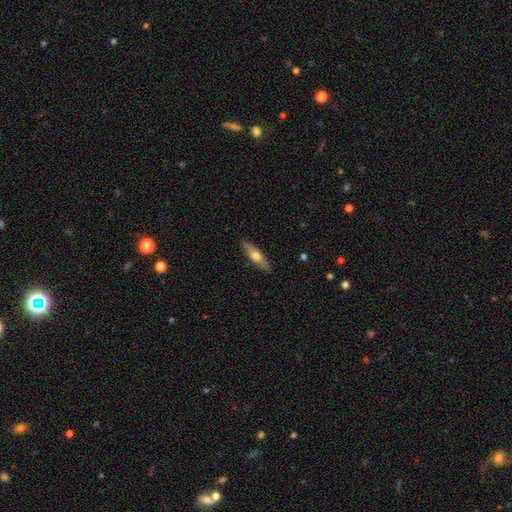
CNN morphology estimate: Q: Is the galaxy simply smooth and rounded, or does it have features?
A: smooth — 49%.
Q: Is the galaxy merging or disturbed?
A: none — 88%.